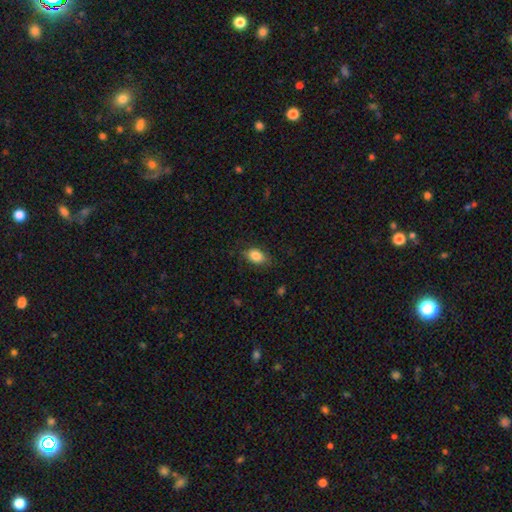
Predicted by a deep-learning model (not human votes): Q: Smooth or featured?
A: smooth (85%); runner-up: star or artifact (8%)
Q: How rounded?
A: in between (85%); runner-up: round (13%)
Q: Merging?
A: none (80%); runner-up: minor disturbance (15%)